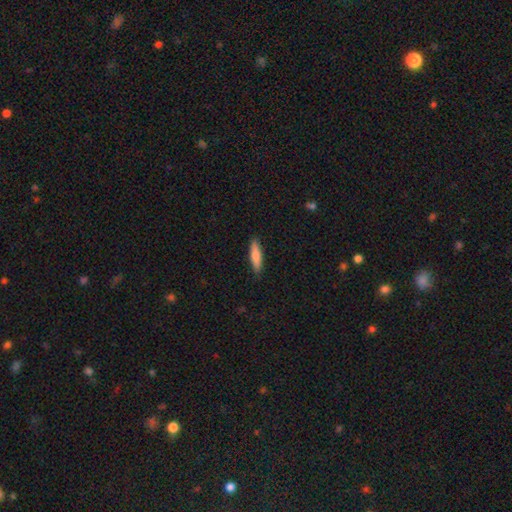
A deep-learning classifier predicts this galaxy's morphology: smooth_or_featured: smooth (p=0.75) [alt: featured or disk p=0.20]
how_rounded: cigar-shaped (p=0.77) [alt: in between p=0.22]
merging: none (p=0.89) [alt: minor disturbance p=0.08]